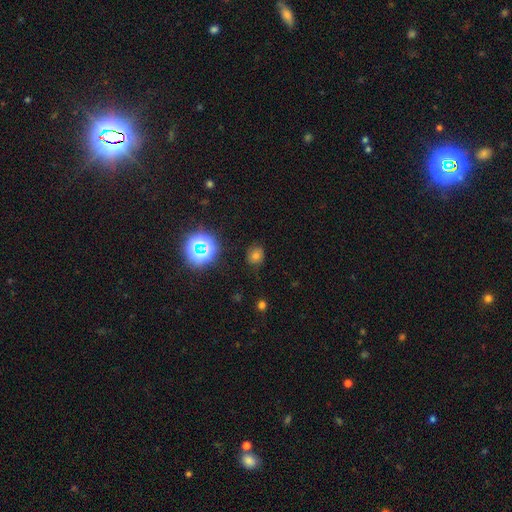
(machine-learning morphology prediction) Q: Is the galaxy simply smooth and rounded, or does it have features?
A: smooth — 62%.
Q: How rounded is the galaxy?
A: round — 67%.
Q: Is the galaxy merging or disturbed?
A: none — 79%.